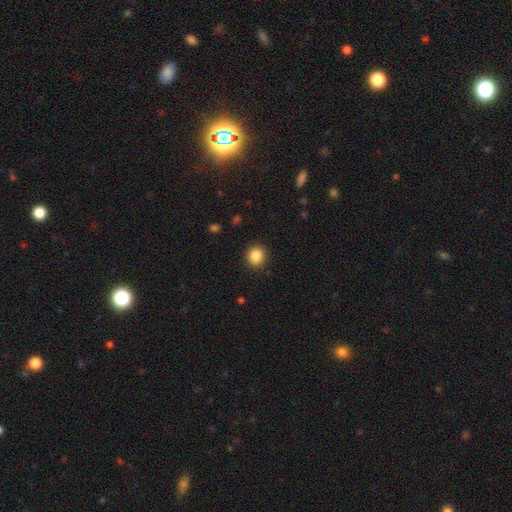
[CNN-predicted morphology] Smooth or featured? Predicted: smooth (p=0.87). How rounded? Predicted: round (p=0.78). Merging? Predicted: none (p=0.90).